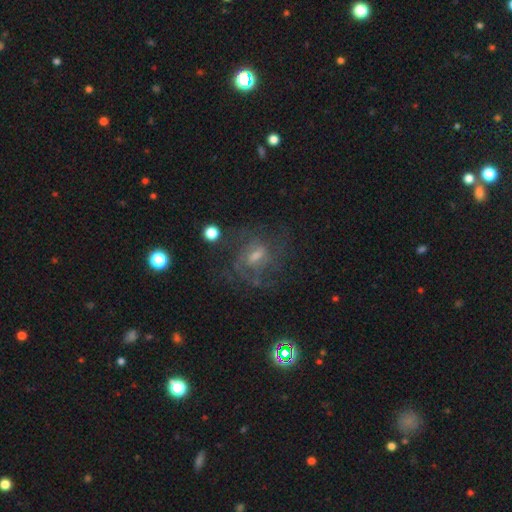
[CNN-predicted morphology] Q: Smooth or featured?
A: featured or disk (65%); runner-up: smooth (21%)
Q: Edge-on disk?
A: no (95%); runner-up: yes (5%)
Q: Bar?
A: weak (55%); runner-up: no (28%)
Q: Spiral arms?
A: yes (78%); runner-up: no (22%)
Q: Bulge size?
A: small (42%); runner-up: moderate (40%)
Q: Merging?
A: none (59%); runner-up: major disturbance (19%)